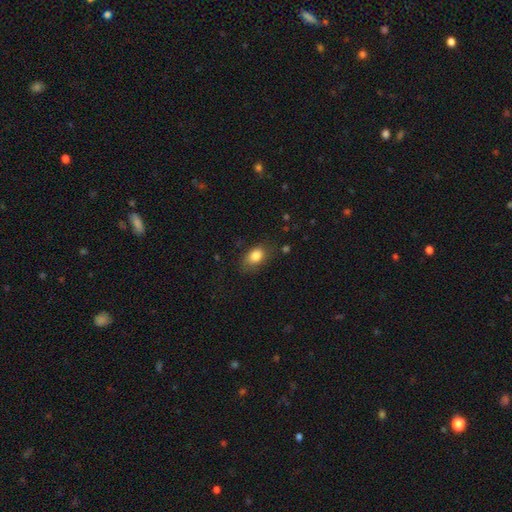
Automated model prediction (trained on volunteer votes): Smooth or featured? Predicted: smooth (p=0.84). How rounded? Predicted: in between (p=0.81). Merging? Predicted: none (p=0.72).